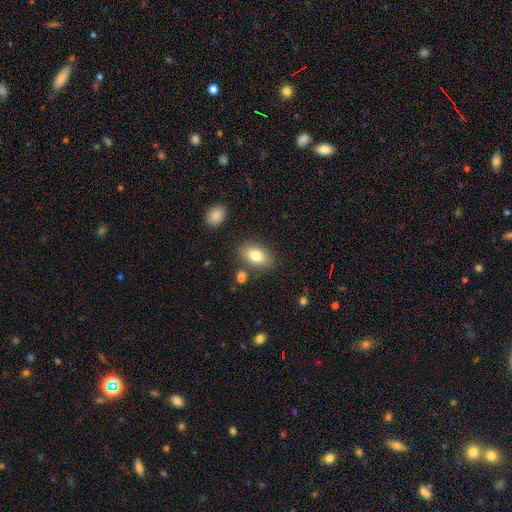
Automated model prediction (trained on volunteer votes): This is likely a smooth galaxy (80%). How rounded: clearly in between (89%). Merging: likely none (78%).